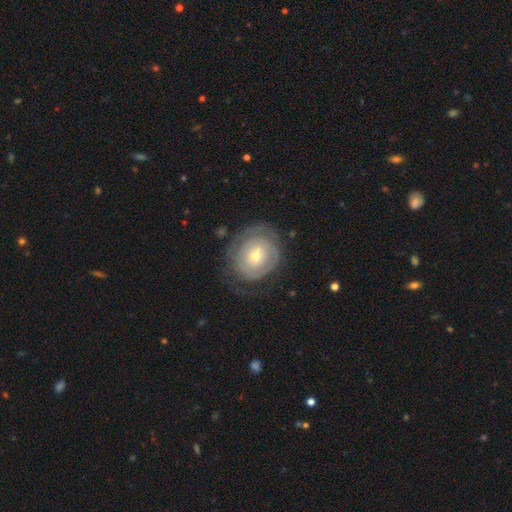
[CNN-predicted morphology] This appears to be a featured or disk galaxy (71%) with no bar (81%), tight (79%) spiral arms (75%) and a small central bulge (55%). Merging: none (68%).